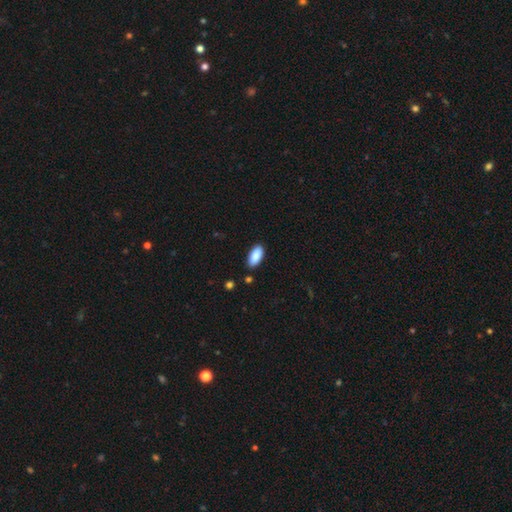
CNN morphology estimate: The model was most divided on "merging": none: 87%, minor disturbance: 9%, major disturbance: 2%, merger: 2%. More confident: how rounded — in between (90%); smooth or featured — smooth (89%).